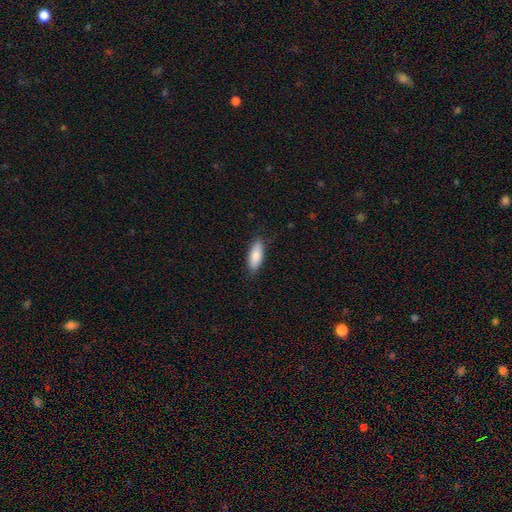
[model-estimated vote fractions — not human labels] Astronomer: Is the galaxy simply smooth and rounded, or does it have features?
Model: smooth — 83%.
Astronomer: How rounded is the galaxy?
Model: in between — 73%.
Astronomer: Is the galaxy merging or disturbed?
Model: none — 85%.